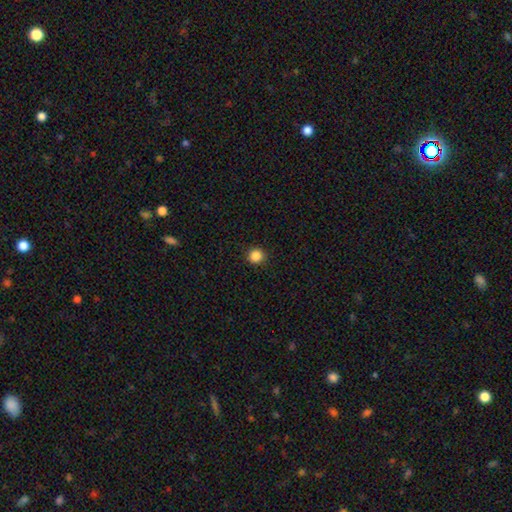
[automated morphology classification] Smooth or featured: smooth — 87% (star or artifact — 11%)
How rounded: round — 94% (in between — 5%)
Merging: none — 92% (minor disturbance — 5%)